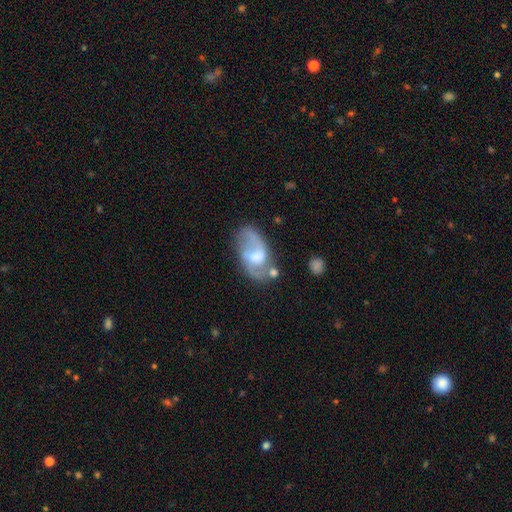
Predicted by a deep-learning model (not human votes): A featured or disk galaxy (72%) with a weak bar (52%), 2 (80%) medium (48%) spiral arms (85%) and a moderate central bulge (41%). Merging: none (54%).